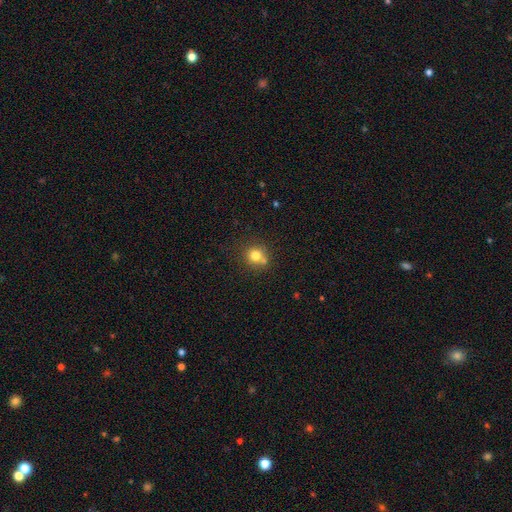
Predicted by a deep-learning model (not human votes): Smooth or featured? Predicted: smooth (p=0.77). How rounded? Predicted: round (p=0.87). Merging? Predicted: none (p=0.62).